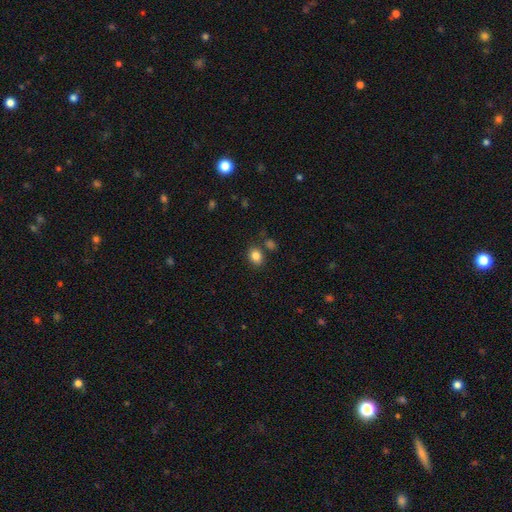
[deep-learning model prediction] smooth-or-featured: smooth: 84% | star or artifact: 10% | featured or disk: 6%
  how-rounded: in between: 56% | round: 43% | cigar-shaped: 1%
  merging: none: 76% | minor disturbance: 12% | merger: 8% | major disturbance: 4%